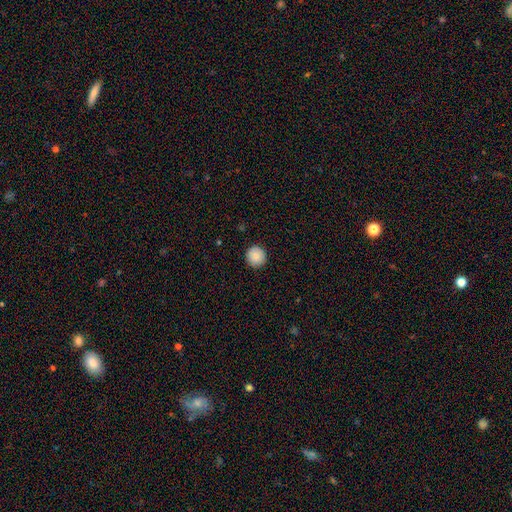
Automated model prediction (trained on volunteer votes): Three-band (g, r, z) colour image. It shows a smooth galaxy with no disk features (87%) that is round (94%). Merging: none (91%).